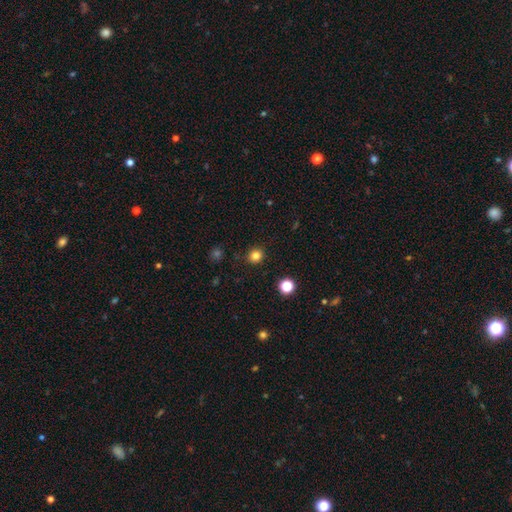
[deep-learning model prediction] A smooth galaxy with no disk features (82%) that is round (90%).

Vote fractions:
- Smooth or featured? smooth: 82% / star or artifact: 14% / featured or disk: 5%
- How rounded? round: 90% / in between: 9% / cigar-shaped: 1%
- Merging? none: 90% / minor disturbance: 6% / major disturbance: 2% / merger: 1%